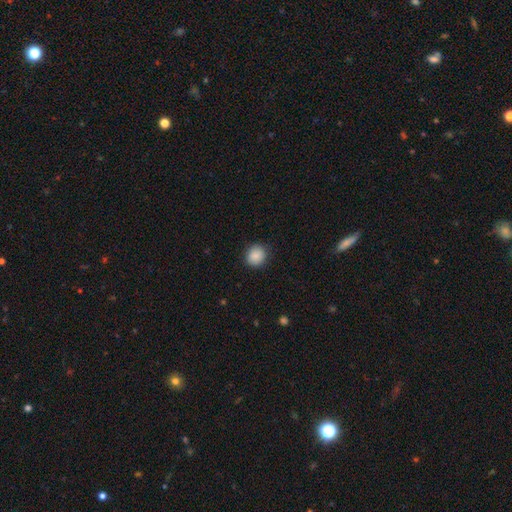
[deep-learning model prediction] Smooth or featured? smooth (88%)
How rounded? round (81%)
Merging? none (87%)